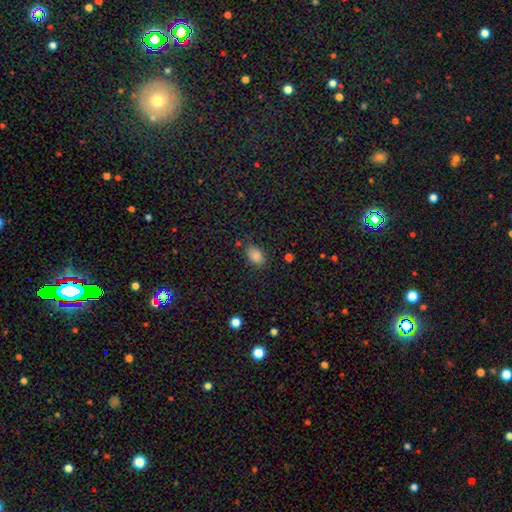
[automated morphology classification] Smooth or featured? smooth (85%)
How rounded? in between (86%)
Merging? none (79%)